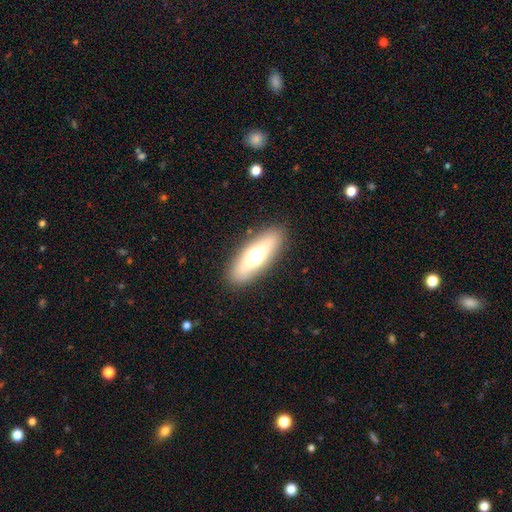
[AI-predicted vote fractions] A smooth galaxy with no disk features (58%) that is in between round and cigar-shaped (59%).

Vote fractions:
- Smooth or featured? smooth: 58% / featured or disk: 33% / star or artifact: 9%
- How rounded? in between: 59% / cigar-shaped: 37% / round: 5%
- Merging? none: 87% / minor disturbance: 8% / major disturbance: 3% / merger: 1%